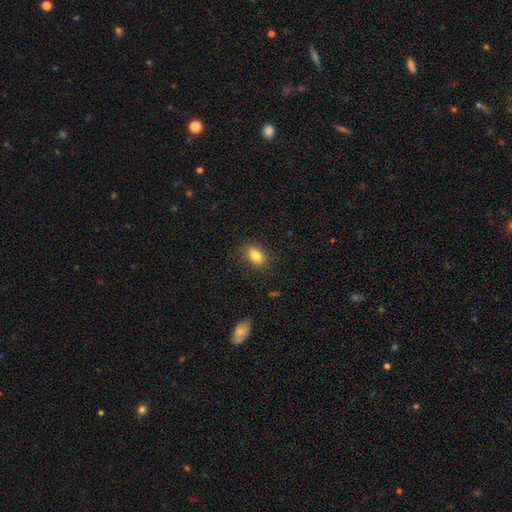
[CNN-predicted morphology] Smooth or featured? smooth (82%)
How rounded? in between (79%)
Merging? none (84%)